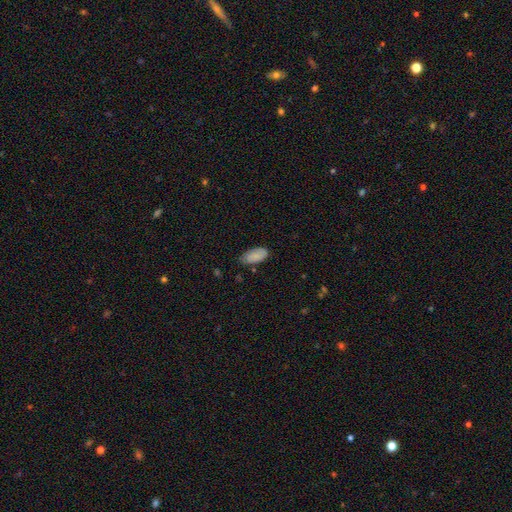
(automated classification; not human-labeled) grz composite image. It shows a smooth galaxy with no disk features (86%) that is in between round and cigar-shaped (94%). Merging: none (72%).